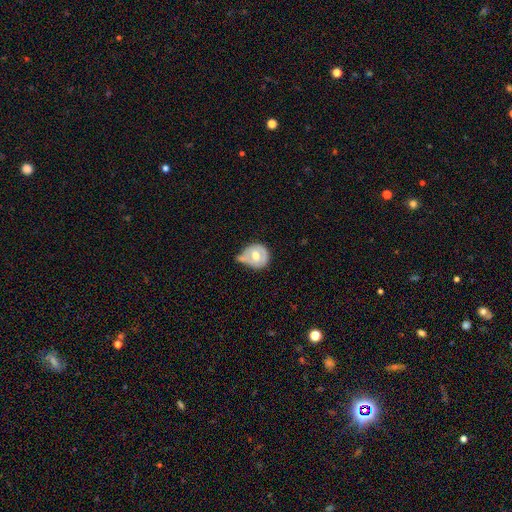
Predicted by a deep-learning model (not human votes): Morphology: type=smooth (52%); roundness=round (79%); merging=none (36%).